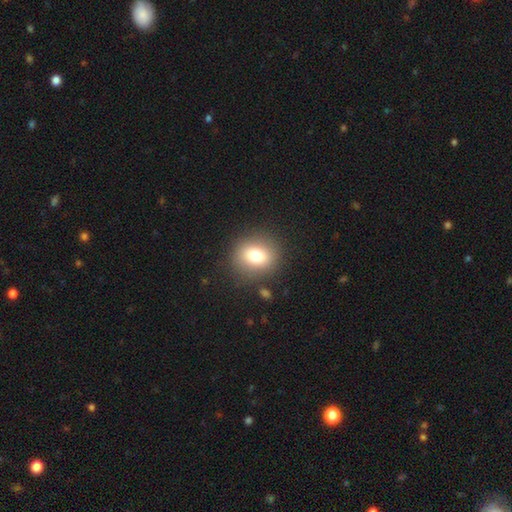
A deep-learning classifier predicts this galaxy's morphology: The model was most divided on "how rounded": round: 75%, in between: 24%, cigar-shaped: 1%. More confident: merging — none (86%); smooth or featured — smooth (76%).